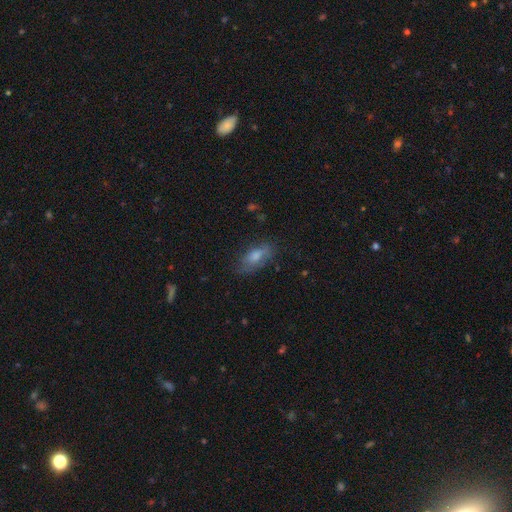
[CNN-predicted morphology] Smooth or featured? Predicted: smooth (p=0.59). How rounded? Predicted: in between (p=0.78). Merging? Predicted: none (p=0.70).